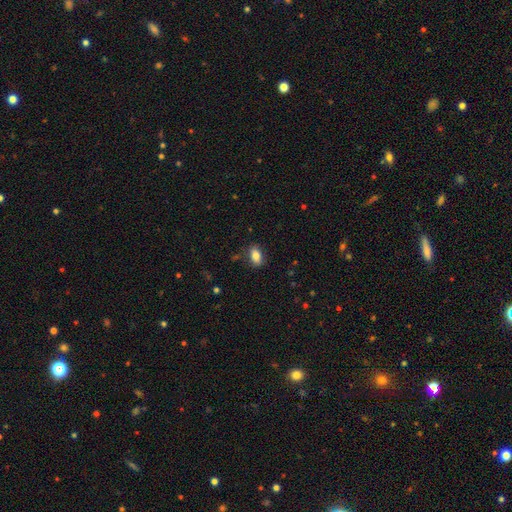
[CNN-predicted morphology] Smooth or featured? smooth (82%)
How rounded? in between (88%)
Merging? none (83%)